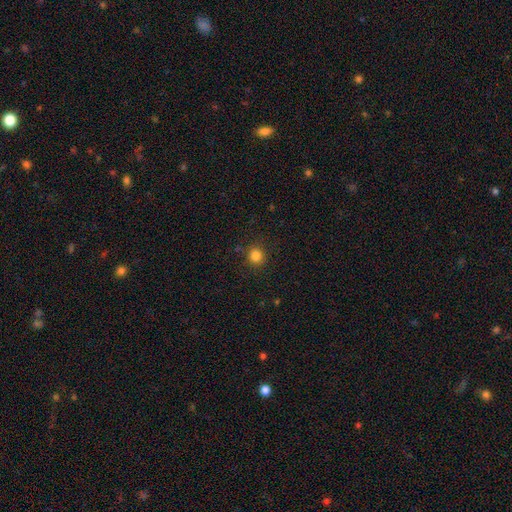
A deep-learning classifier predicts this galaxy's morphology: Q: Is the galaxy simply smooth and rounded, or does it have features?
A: smooth — 82%.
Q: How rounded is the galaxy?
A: round — 91%.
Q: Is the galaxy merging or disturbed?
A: none — 89%.